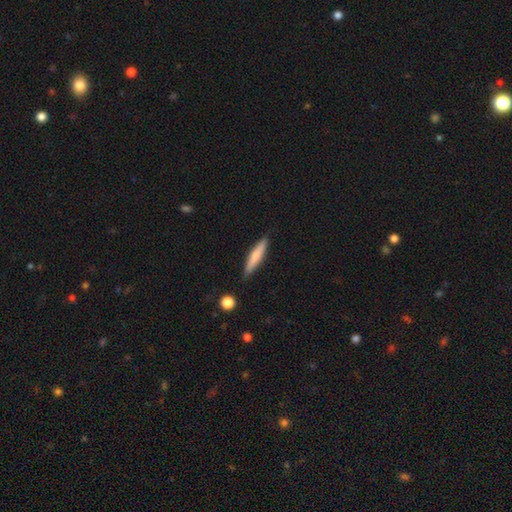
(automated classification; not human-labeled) This is likely a smooth galaxy (70%). How rounded: clearly cigar-shaped (88%). Merging: clearly none (87%).